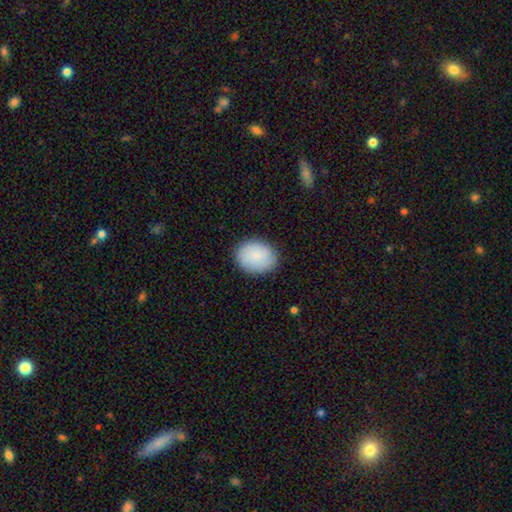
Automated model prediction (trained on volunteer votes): Overall: smooth (87%). How rounded: in between (58%; round 41%). Merging: none (85%).